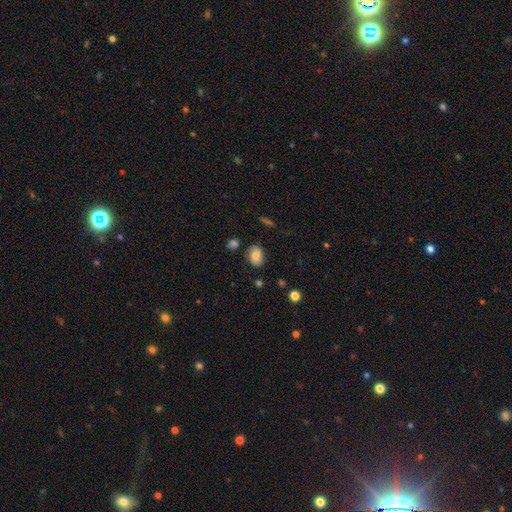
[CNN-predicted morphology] This is likely a smooth galaxy (77%). How rounded: clearly in between (80%). Merging: likely none (77%).